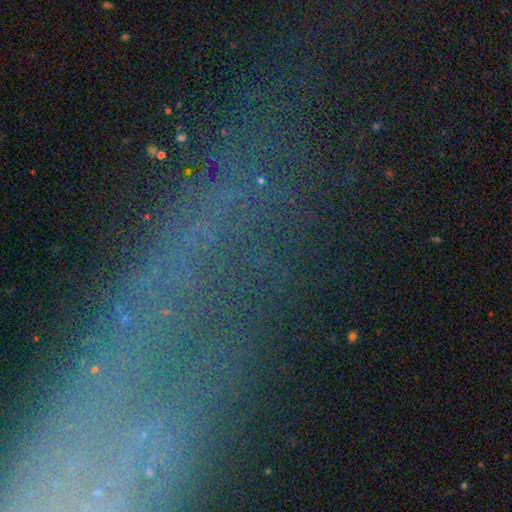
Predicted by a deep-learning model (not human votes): This appears to be a star or artifact, not a galaxy (51%).